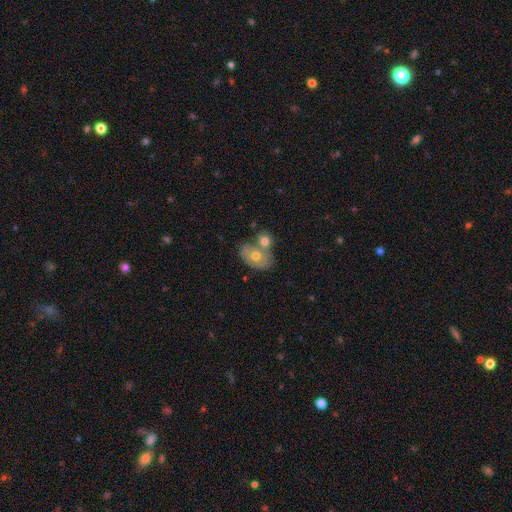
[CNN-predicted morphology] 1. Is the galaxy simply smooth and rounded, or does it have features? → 54% smooth, 39% featured or disk, 8% star or artifact.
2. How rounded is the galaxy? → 70% in between, 29% round, 1% cigar-shaped.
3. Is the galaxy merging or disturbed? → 47% merger, 36% none, 12% minor disturbance, 5% major disturbance.